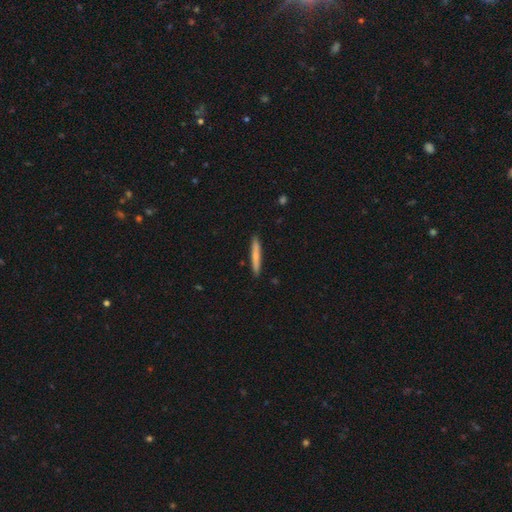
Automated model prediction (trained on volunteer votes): Q: Smooth or featured?
A: smooth (74%); runner-up: featured or disk (20%)
Q: How rounded?
A: cigar-shaped (96%); runner-up: in between (3%)
Q: Merging?
A: none (91%); runner-up: minor disturbance (6%)